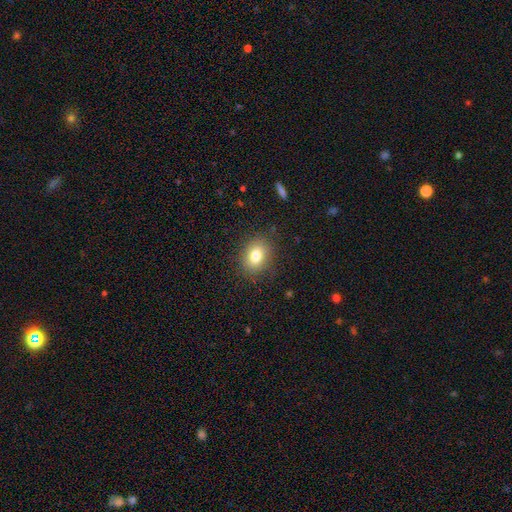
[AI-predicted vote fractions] smooth_or_featured: smooth (p=0.79) [alt: star or artifact p=0.11]
how_rounded: in between (p=0.58) [alt: round p=0.41]
merging: none (p=0.86) [alt: minor disturbance p=0.10]